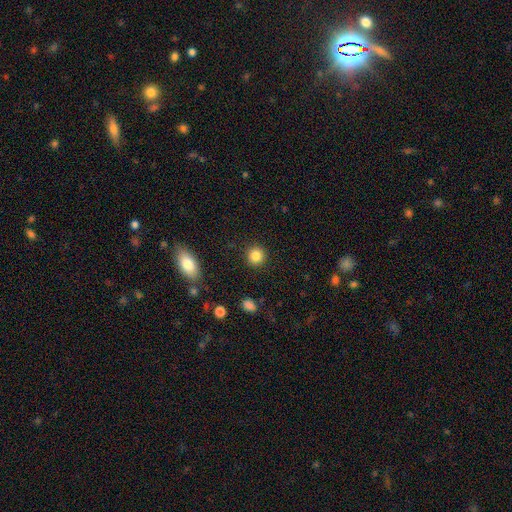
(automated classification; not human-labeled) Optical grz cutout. It shows a smooth galaxy with no disk features (85%) that is round (92%). Merging: none (91%).